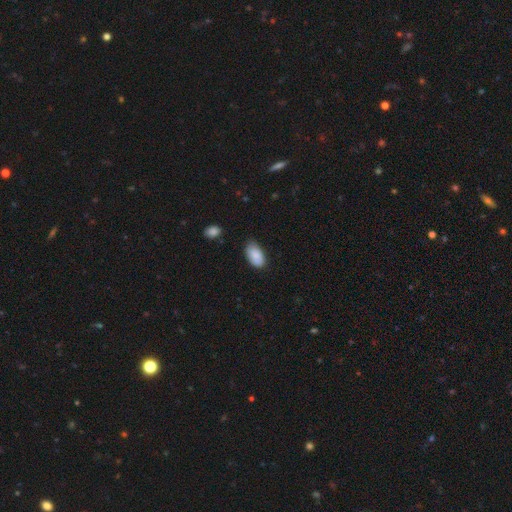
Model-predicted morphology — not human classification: Smooth or featured?
  - smooth: 87% *
  - star or artifact: 7%
  - featured or disk: 7%
How rounded?
  - in between: 95% *
  - round: 3%
  - cigar-shaped: 2%
Merging?
  - none: 69% *
  - minor disturbance: 25%
  - major disturbance: 4%
  - merger: 2%